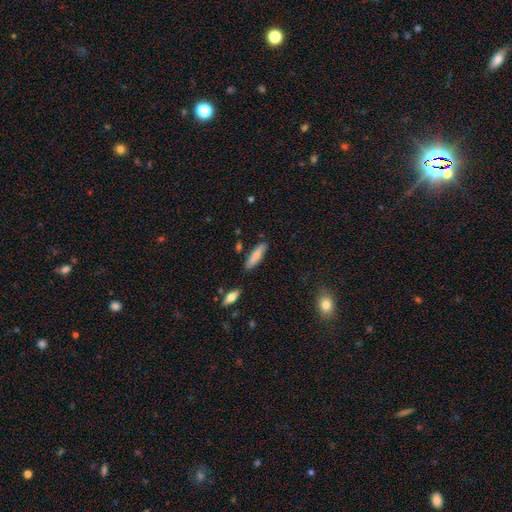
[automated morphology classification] A smooth galaxy with no disk features (82%) that is cigar-shaped (65%). Merging: none (81%).